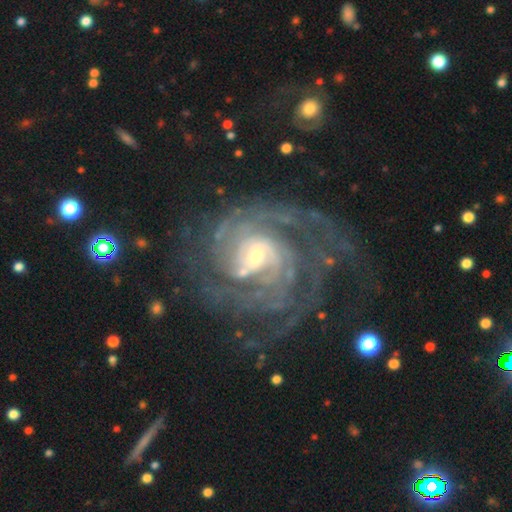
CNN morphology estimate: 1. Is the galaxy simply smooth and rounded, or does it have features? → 91% featured or disk, 5% star or artifact, 3% smooth.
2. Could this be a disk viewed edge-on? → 98% no, 2% yes.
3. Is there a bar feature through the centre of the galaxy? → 44% weak, 37% no, 19% strong.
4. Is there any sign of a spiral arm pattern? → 98% yes, 2% no.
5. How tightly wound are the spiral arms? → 65% tight, 28% medium, 6% loose.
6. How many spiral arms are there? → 22% can't tell, 19% 4, 19% 2, 18% 3, 14% more than 4, 9% 1.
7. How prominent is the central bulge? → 50% small, 42% moderate, 6% large, 2% none, 1% dominant.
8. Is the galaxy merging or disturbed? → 68% none, 16% minor disturbance, 14% major disturbance, 2% merger.